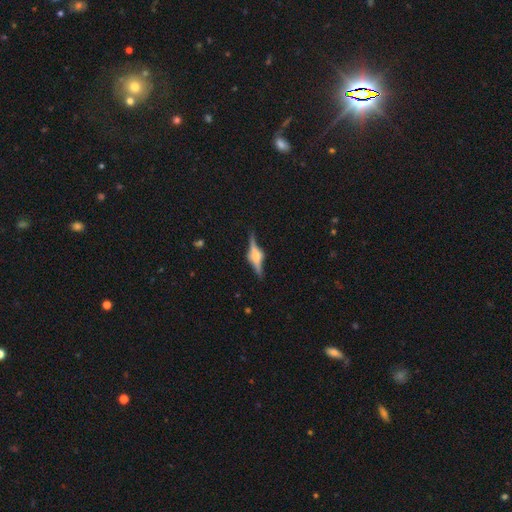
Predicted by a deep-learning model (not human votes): This appears to be a featured or disk galaxy (80%) viewed edge-on (97%) with a rounded central bulge (85%). Merging: none (82%).